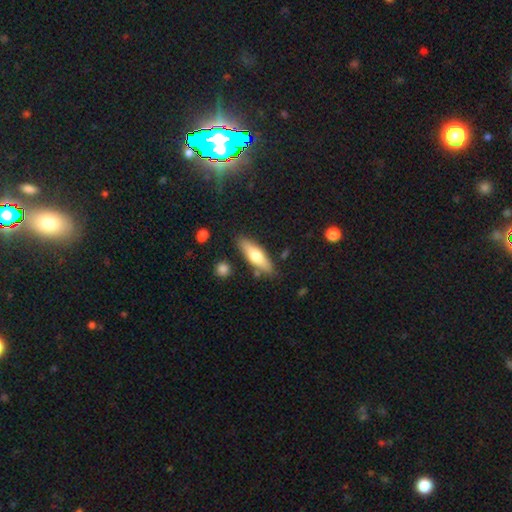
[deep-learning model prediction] Smooth or featured? smooth (58%)
How rounded? cigar-shaped (54%)
Merging? none (81%)